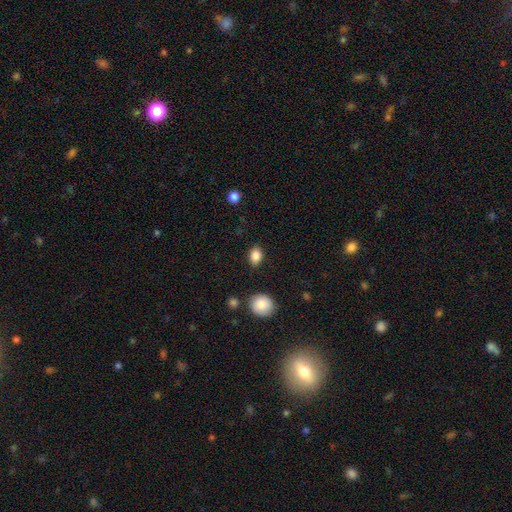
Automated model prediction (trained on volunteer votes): smooth 86%, star or artifact 9%, featured or disk 5%. Down the decision tree: how rounded — in between (74%); merging — none (85%).